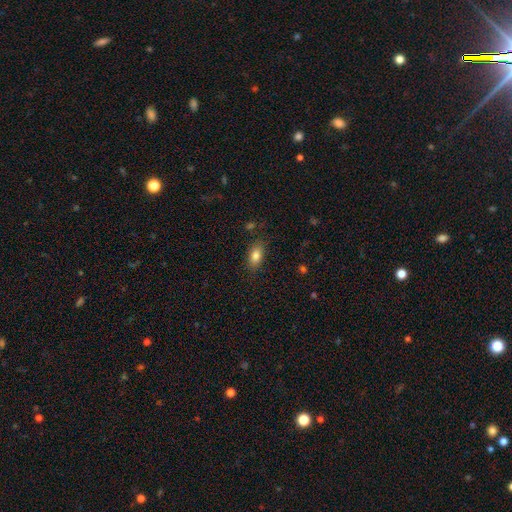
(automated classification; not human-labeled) The model was most divided on "merging": none: 83%, minor disturbance: 12%, major disturbance: 3%, merger: 2%. More confident: how rounded — in between (88%); smooth or featured — smooth (83%).